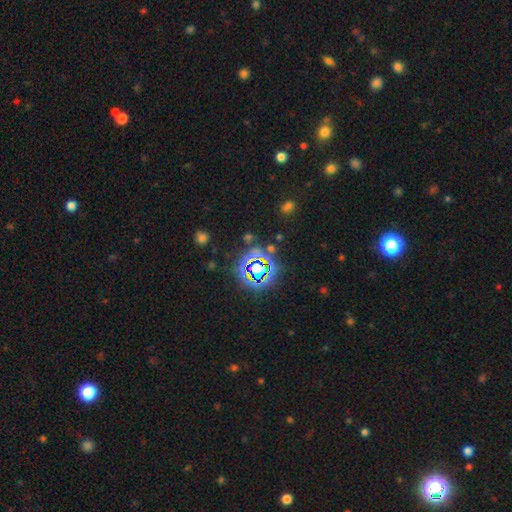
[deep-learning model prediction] Smooth or featured: star or artifact — 75% (smooth — 16%)